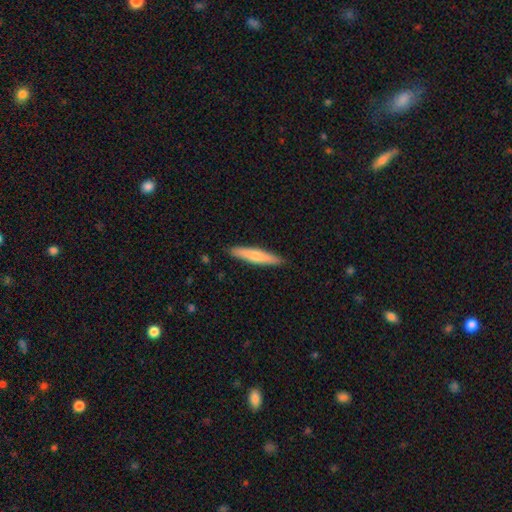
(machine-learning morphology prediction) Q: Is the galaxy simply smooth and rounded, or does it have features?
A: smooth — 63%.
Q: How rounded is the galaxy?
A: cigar-shaped — 90%.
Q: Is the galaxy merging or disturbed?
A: none — 90%.